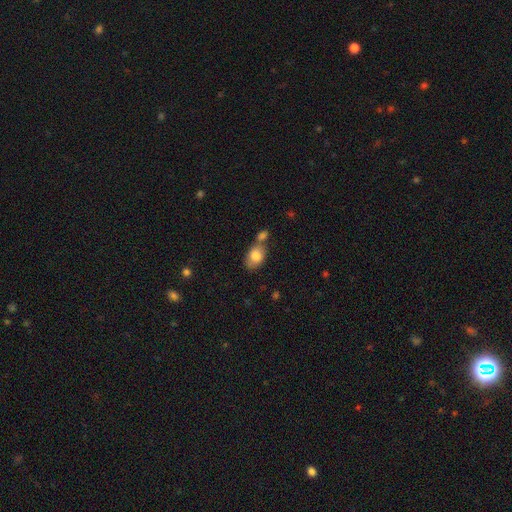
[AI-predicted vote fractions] smooth-or-featured: smooth: 81% | featured or disk: 11% | star or artifact: 7%
  how-rounded: in between: 79% | round: 19% | cigar-shaped: 1%
  merging: none: 46% | merger: 32% | minor disturbance: 16% | major disturbance: 5%